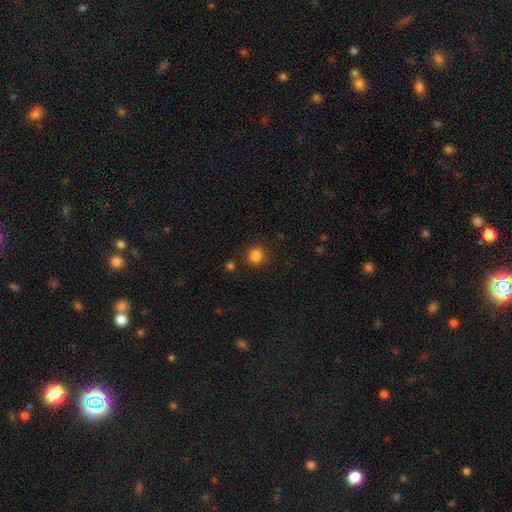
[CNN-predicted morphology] type=smooth (84%); roundness=round (90%); merging=none (86%).